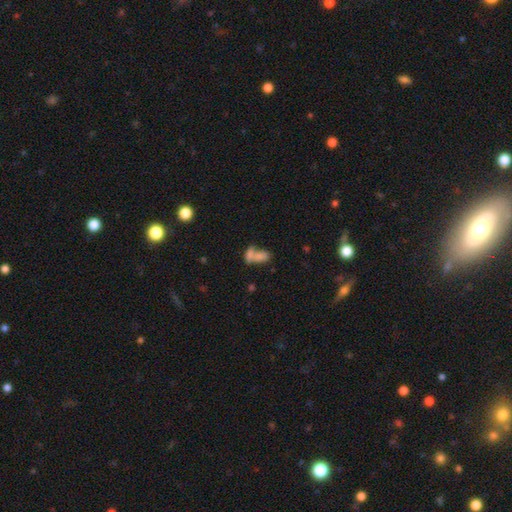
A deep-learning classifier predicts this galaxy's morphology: type=smooth (75%); roundness=in between (84%); merging=merger (63%).